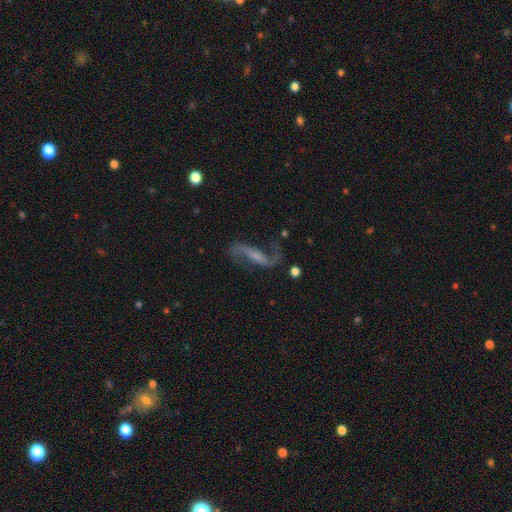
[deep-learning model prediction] Smooth or featured: featured or disk — 85% (smooth — 8%)
Edge-on disk: no — 92% (yes — 8%)
Bar: weak — 39% (no — 33%)
Spiral arms: yes — 95% (no — 5%)
Spiral winding: loose — 82% (medium — 14%)
Spiral arm count: 2 — 91% (1 — 4%)
Bulge size: small — 47% (none — 26%)
Merging: none — 68% (minor disturbance — 16%)